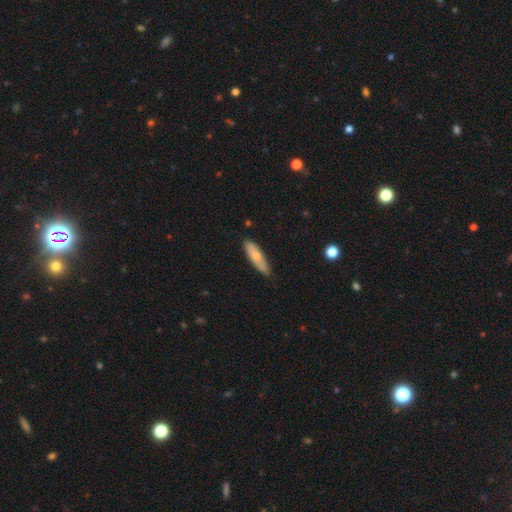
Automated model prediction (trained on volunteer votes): Smooth or featured?
  - smooth: 68% *
  - featured or disk: 26%
  - star or artifact: 6%
How rounded?
  - cigar-shaped: 57% *
  - in between: 41%
  - round: 2%
Merging?
  - none: 80% *
  - minor disturbance: 16%
  - major disturbance: 2%
  - merger: 1%